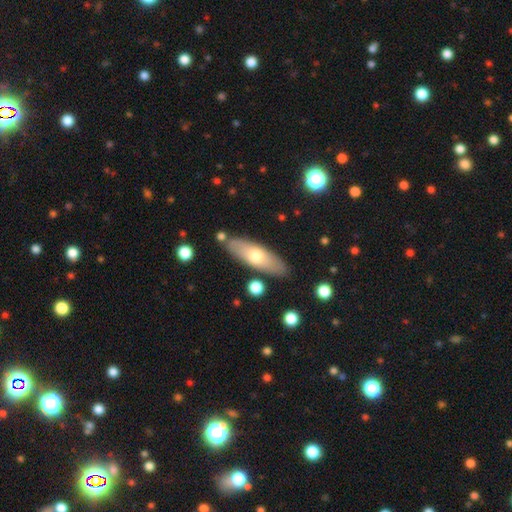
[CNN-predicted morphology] Smooth or featured?
  - smooth: 59% *
  - featured or disk: 36%
  - star or artifact: 6%
How rounded?
  - in between: 54% *
  - cigar-shaped: 44%
  - round: 2%
Merging?
  - none: 83% *
  - minor disturbance: 11%
  - merger: 4%
  - major disturbance: 2%